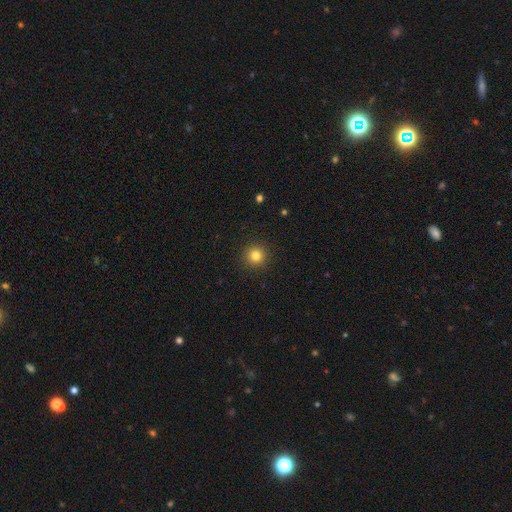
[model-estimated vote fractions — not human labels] smooth_or_featured: smooth (p=0.81) [alt: star or artifact p=0.13]
how_rounded: round (p=0.95) [alt: in between p=0.04]
merging: none (p=0.92) [alt: minor disturbance p=0.05]